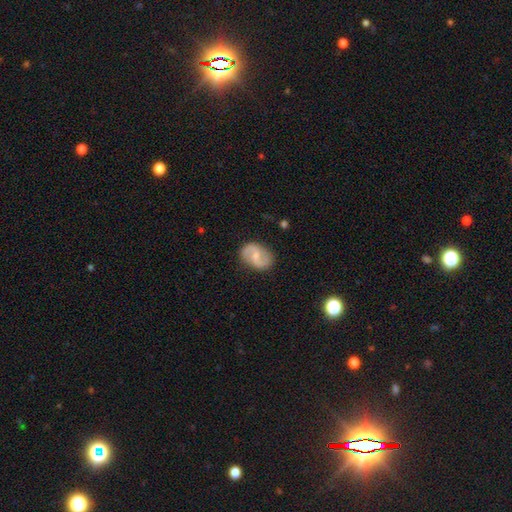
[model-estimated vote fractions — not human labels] Smooth or featured? featured or disk (80%)
Edge-on disk? no (98%)
Bar? weak (54%)
Spiral arms? yes (94%)
Spiral winding? medium (49%)
Spiral arm count? 2 (92%)
Bulge size? small (52%)
Merging? none (83%)